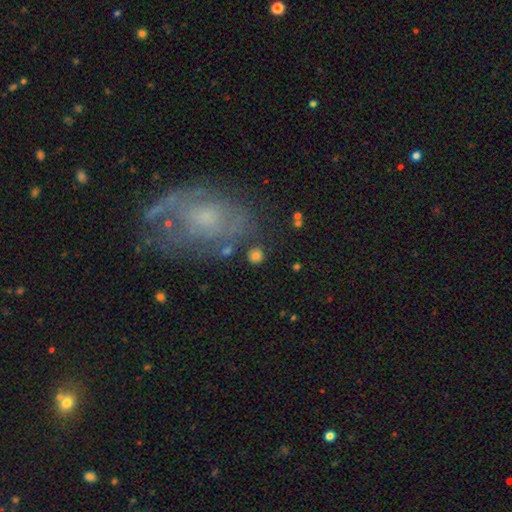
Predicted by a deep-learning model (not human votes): The model was most divided on "smooth or featured": smooth: 80%, star or artifact: 11%, featured or disk: 9%. More confident: how rounded — round (90%); merging — none (84%).